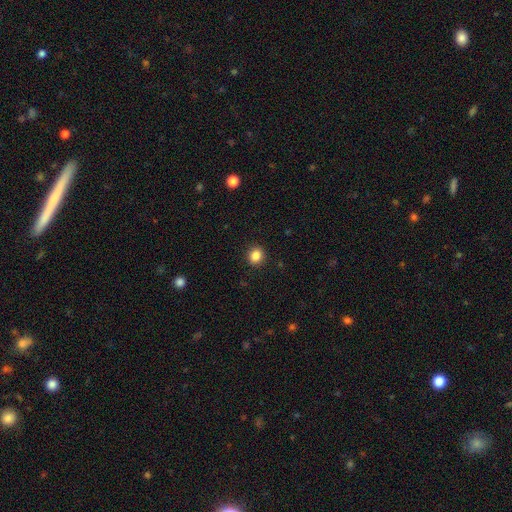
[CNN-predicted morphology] Smooth or featured? smooth (85%)
How rounded? round (82%)
Merging? none (91%)